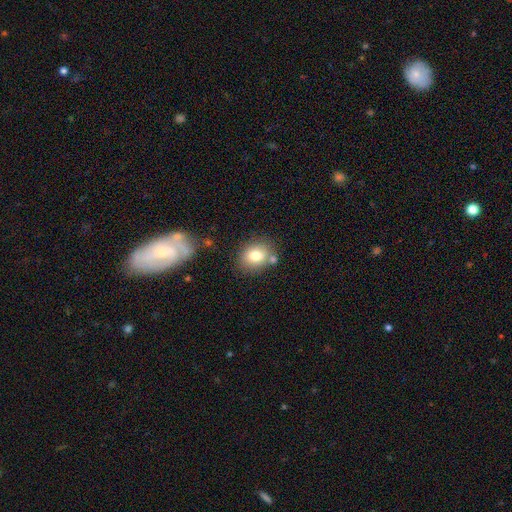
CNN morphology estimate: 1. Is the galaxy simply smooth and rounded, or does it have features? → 78% smooth, 12% featured or disk, 10% star or artifact.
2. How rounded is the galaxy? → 50% in between, 49% round, 1% cigar-shaped.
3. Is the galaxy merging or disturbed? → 70% none, 14% minor disturbance, 12% merger, 4% major disturbance.